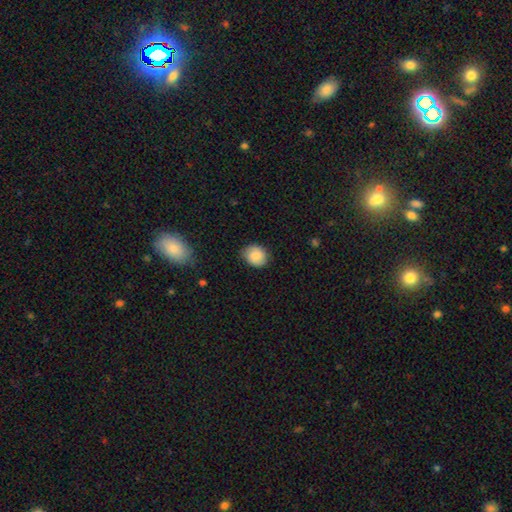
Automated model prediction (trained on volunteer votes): Overall: smooth (81%). How rounded: round (62%; in between 37%). Merging: none (80%).